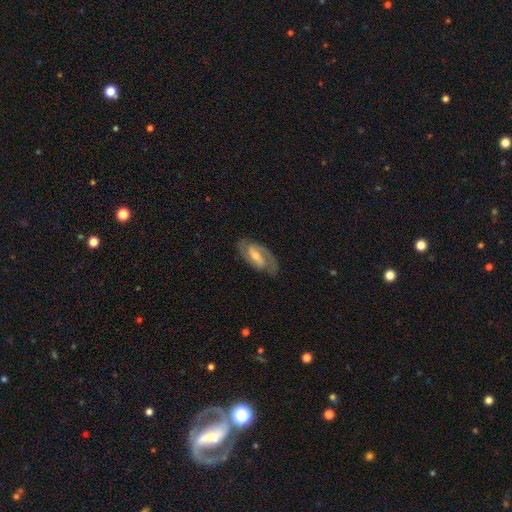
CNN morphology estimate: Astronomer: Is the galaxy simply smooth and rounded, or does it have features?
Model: featured or disk — 86%.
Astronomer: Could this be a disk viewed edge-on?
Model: no — 95%.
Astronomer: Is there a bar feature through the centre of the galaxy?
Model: weak — 45% (runner-up: strong, 38%).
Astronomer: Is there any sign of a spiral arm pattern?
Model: yes — 96%.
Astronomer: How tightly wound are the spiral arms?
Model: medium — 50% (runner-up: tight, 36%).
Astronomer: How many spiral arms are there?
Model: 2 — 90%.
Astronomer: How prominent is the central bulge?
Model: moderate — 51% (runner-up: small, 42%).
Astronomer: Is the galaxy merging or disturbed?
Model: none — 82%.